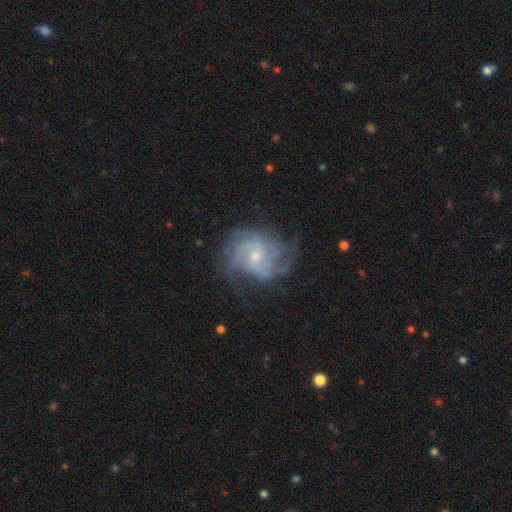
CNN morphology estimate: The model was most divided on "spiral winding": medium: 45%, tight: 41%, loose: 14%. Remaining: edge-on disk — no (98%); spiral arms — yes (96%); smooth or featured — featured or disk (88%); merging — none (68%); bulge size — small (66%); bar — no (57%); spiral arm count — 2 (31%).